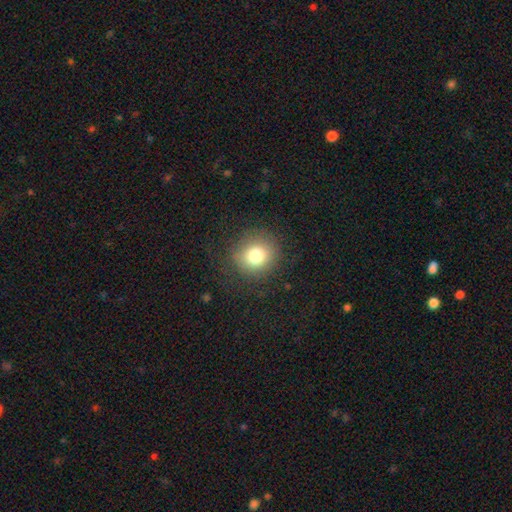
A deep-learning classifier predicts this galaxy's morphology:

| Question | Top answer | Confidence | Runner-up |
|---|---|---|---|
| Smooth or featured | smooth | 78% | star or artifact (12%) |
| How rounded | round | 87% | in between (13%) |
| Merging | none | 81% | minor disturbance (11%) |